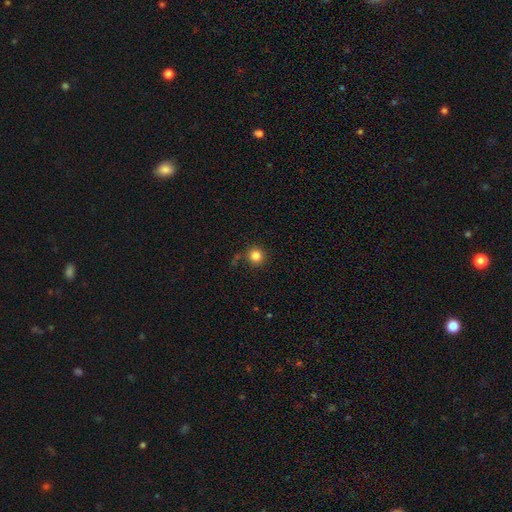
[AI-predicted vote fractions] The model was most divided on "smooth or featured": smooth: 83%, star or artifact: 12%, featured or disk: 5%. More confident: how rounded — round (95%); merging — none (84%).